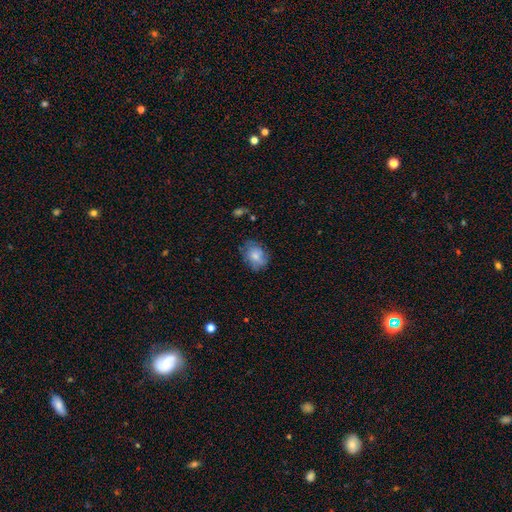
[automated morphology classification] This is likely a smooth galaxy (69%). How rounded: likely in between (60%). Merging: likely none (64%).